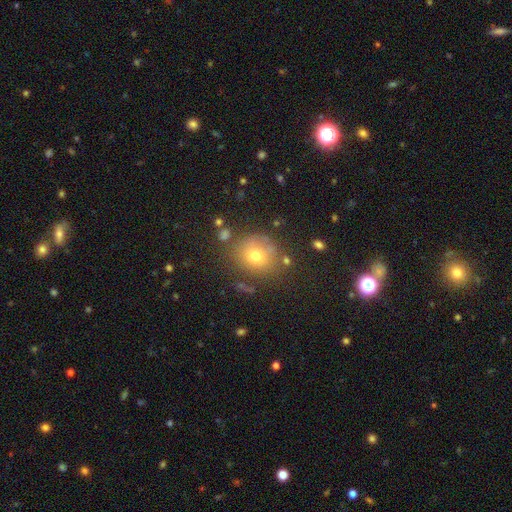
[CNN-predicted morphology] This appears to be a smooth galaxy with no disk features (72%) that is round (80%). Merging: none (73%).